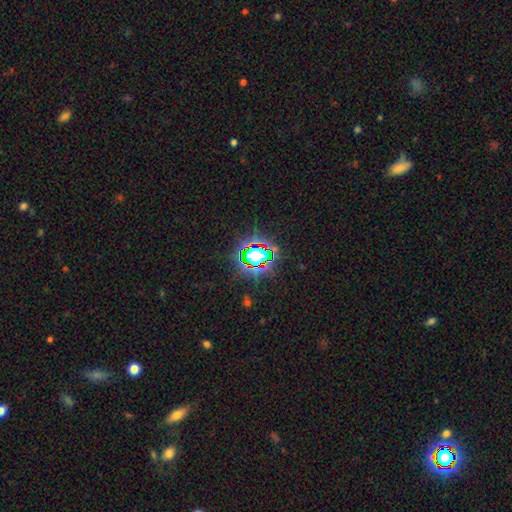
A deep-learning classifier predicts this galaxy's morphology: smooth_or_featured: star or artifact (p=0.78) [alt: smooth p=0.13]